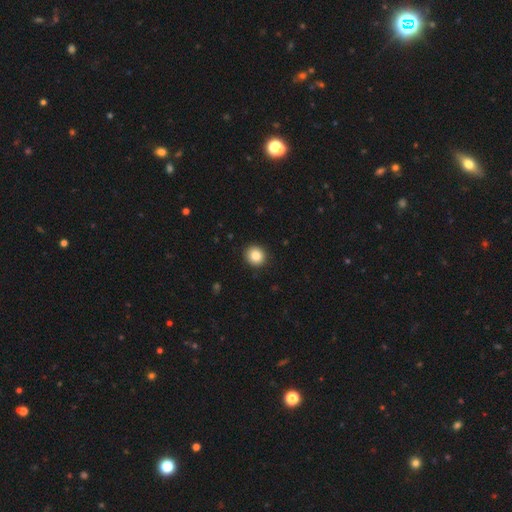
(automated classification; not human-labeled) A smooth galaxy with no disk features (86%) that is round (89%). Merging: none (92%).